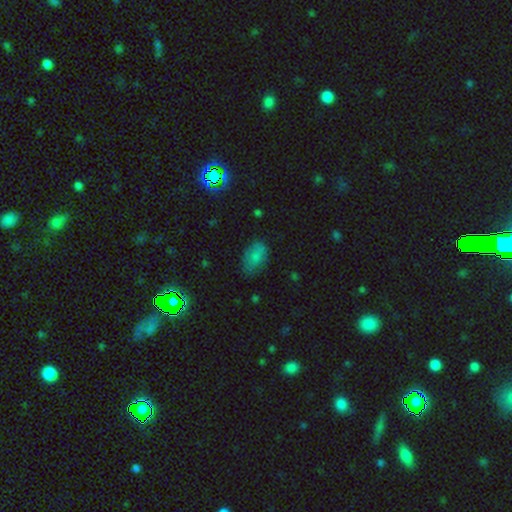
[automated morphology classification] Q: Smooth or featured?
A: smooth (72%); runner-up: featured or disk (15%)
Q: How rounded?
A: in between (88%); runner-up: round (11%)
Q: Merging?
A: none (65%); runner-up: minor disturbance (25%)